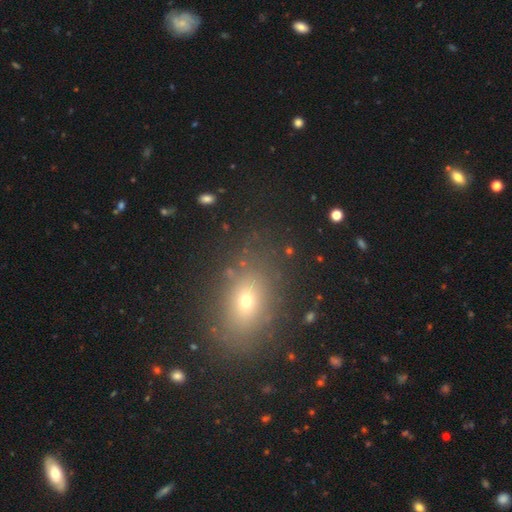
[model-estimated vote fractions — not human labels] Smooth or featured? smooth (61%)
How rounded? in between (73%)
Merging? none (82%)